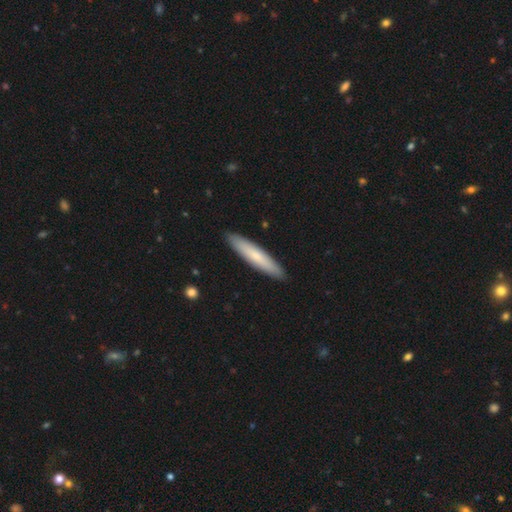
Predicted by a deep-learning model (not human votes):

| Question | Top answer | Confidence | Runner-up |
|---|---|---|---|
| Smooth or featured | smooth | 73% | featured or disk (22%) |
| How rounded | cigar-shaped | 89% | in between (10%) |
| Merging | none | 91% | minor disturbance (6%) |